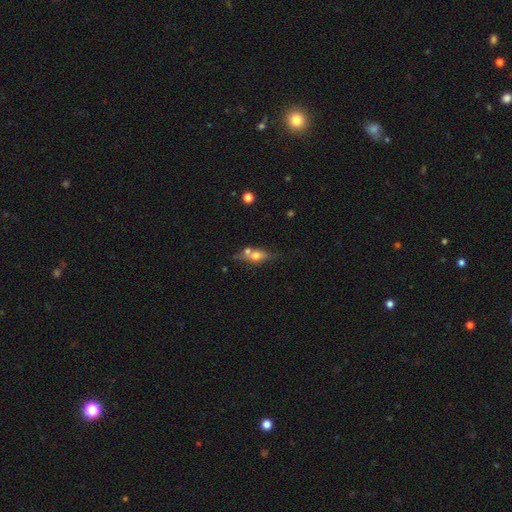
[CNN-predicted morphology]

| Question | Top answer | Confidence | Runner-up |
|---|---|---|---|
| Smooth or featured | smooth | 52% | featured or disk (39%) |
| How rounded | in between | 59% | cigar-shaped (24%) |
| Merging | none | 46% | merger (34%) |